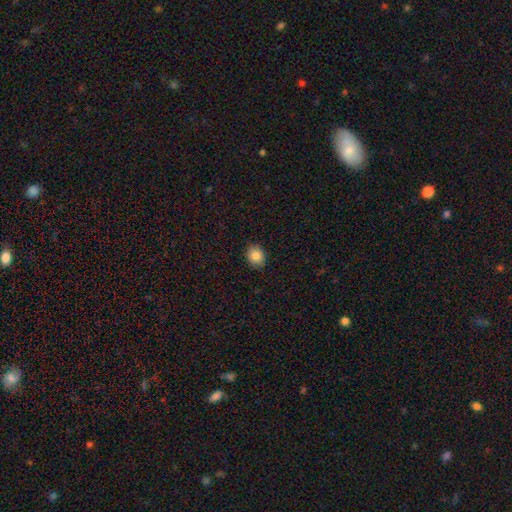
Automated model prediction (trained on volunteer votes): smooth_or_featured: smooth (p=0.84) [alt: star or artifact p=0.09]
how_rounded: round (p=0.53) [alt: in between p=0.46]
merging: none (p=0.89) [alt: minor disturbance p=0.08]